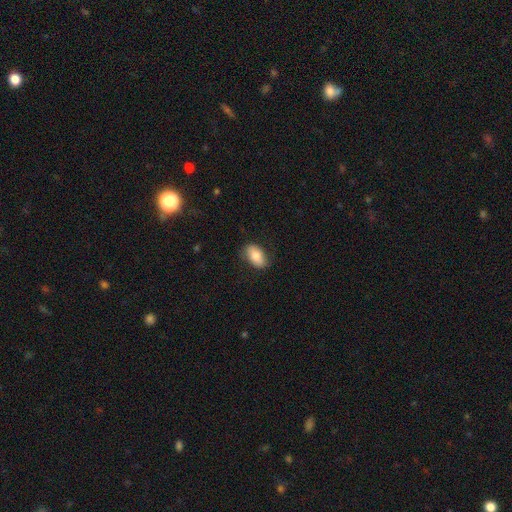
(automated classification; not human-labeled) A smooth galaxy with no disk features (80%) that is in between round and cigar-shaped (91%).

Vote fractions:
- Smooth or featured? smooth: 80% / featured or disk: 13% / star or artifact: 7%
- How rounded? in between: 91% / round: 7% / cigar-shaped: 2%
- Merging? none: 80% / minor disturbance: 15% / major disturbance: 4% / merger: 1%